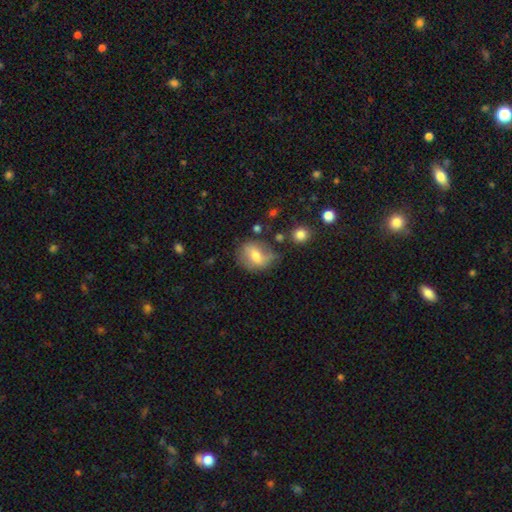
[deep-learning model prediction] Smooth or featured? Predicted: smooth (p=0.58). How rounded? Predicted: in between (p=0.50). Merging? Predicted: none (p=0.54).